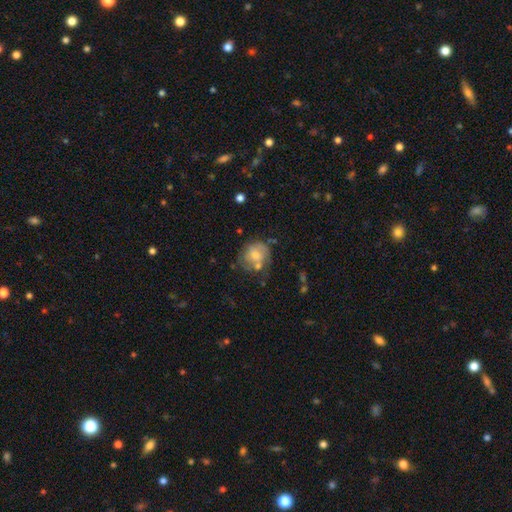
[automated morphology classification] This is possibly a smooth galaxy (53%). How rounded: likely round (70%). Merging: marginally none (43%).